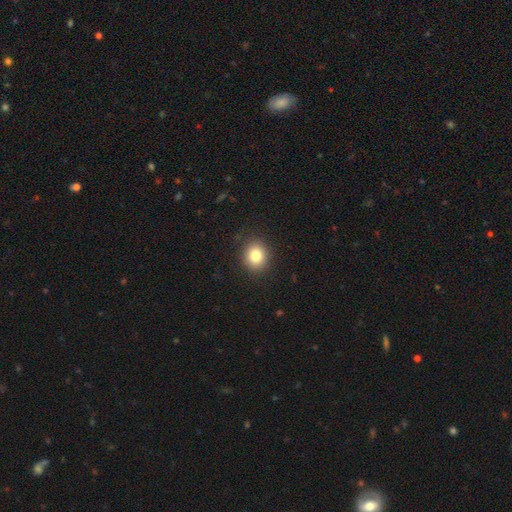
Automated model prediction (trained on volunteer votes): Smooth or featured? Predicted: smooth (p=0.81). How rounded? Predicted: round (p=0.77). Merging? Predicted: none (p=0.89).